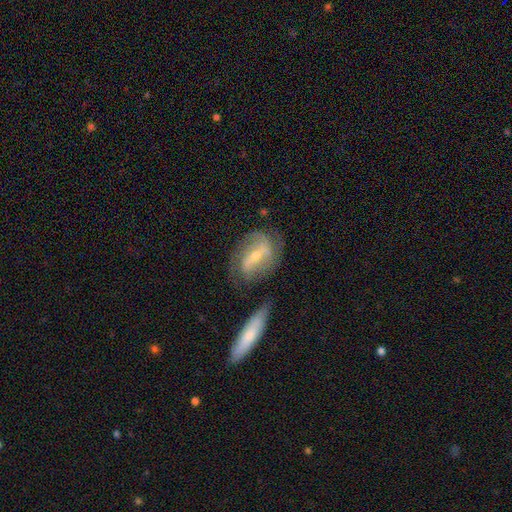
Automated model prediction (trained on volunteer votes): A featured or disk galaxy (74%) with a weak bar (40%), 2 (57%) medium (42%) spiral arms (85%) and a small central bulge (57%). Merging: none (58%).